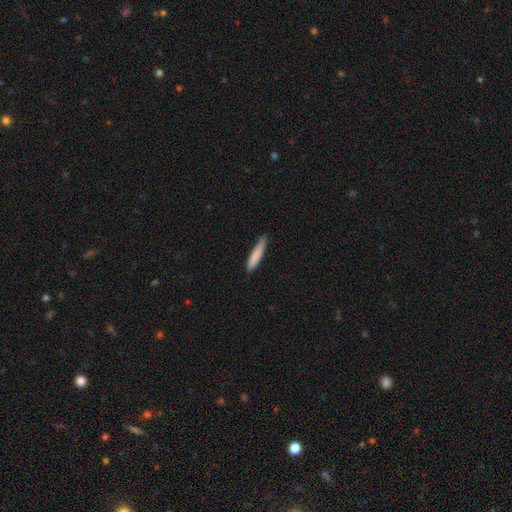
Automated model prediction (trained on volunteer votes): Smooth or featured? Predicted: smooth (p=0.82). How rounded? Predicted: cigar-shaped (p=0.89). Merging? Predicted: none (p=0.77).